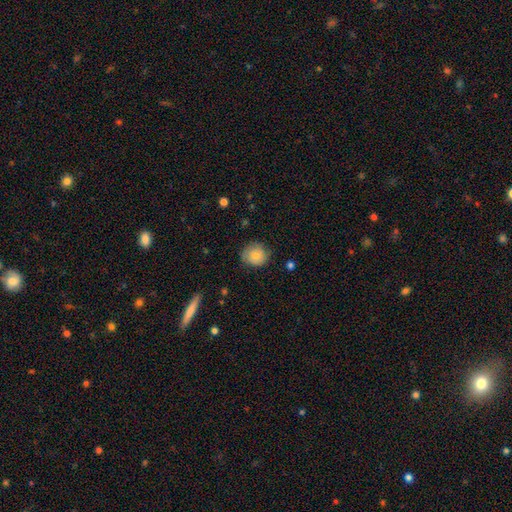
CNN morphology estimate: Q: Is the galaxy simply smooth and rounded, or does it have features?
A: smooth — 79%.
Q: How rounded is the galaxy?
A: round — 84%.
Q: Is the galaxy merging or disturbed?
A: none — 76%.